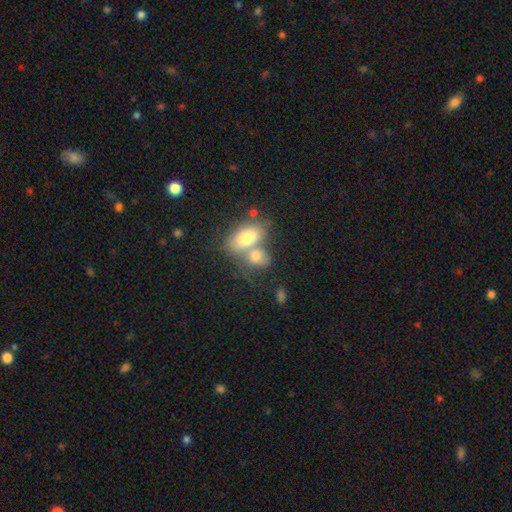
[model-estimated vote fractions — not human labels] Smooth or featured? smooth (75%)
How rounded? in between (80%)
Merging? merger (59%)